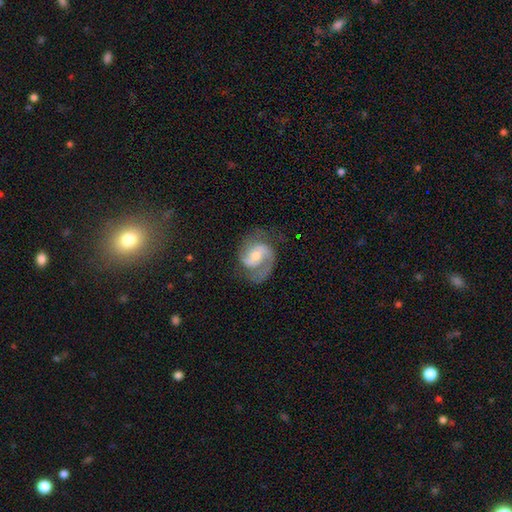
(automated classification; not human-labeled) A featured or disk galaxy (85%) with a weak bar (43%), 2 (84%) medium (54%) spiral arms (96%) and a moderate central bulge (55%).

Vote fractions:
- Smooth or featured? featured or disk: 85% / smooth: 10% / star or artifact: 5%
- Edge-on disk? no: 98% / yes: 2%
- Bar? weak: 43% / no: 42% / strong: 15%
- Spiral arms? yes: 96% / no: 4%
- Spiral winding? medium: 54% / loose: 23% / tight: 23%
- Spiral arm count? 2: 84% / 1: 7% / can't tell: 4% / 3: 3% / 4: 1% / more than 4: 1%
- Bulge size? moderate: 55% / small: 39% / large: 4% / none: 2% / dominant: 1%
- Merging? none: 66% / minor disturbance: 19% / major disturbance: 13% / merger: 2%